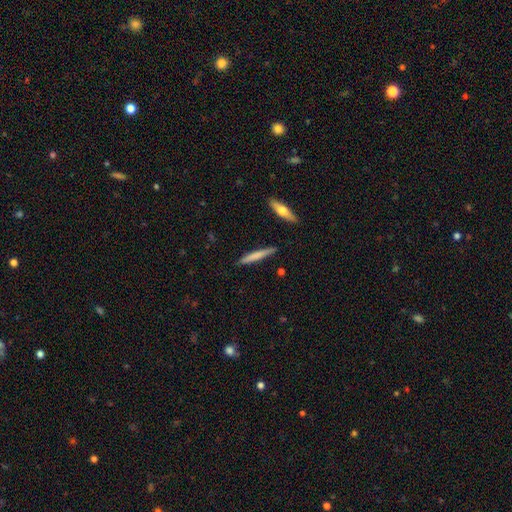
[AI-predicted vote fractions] This is likely a smooth galaxy (67%). How rounded: clearly cigar-shaped (94%). Merging: clearly none (86%).